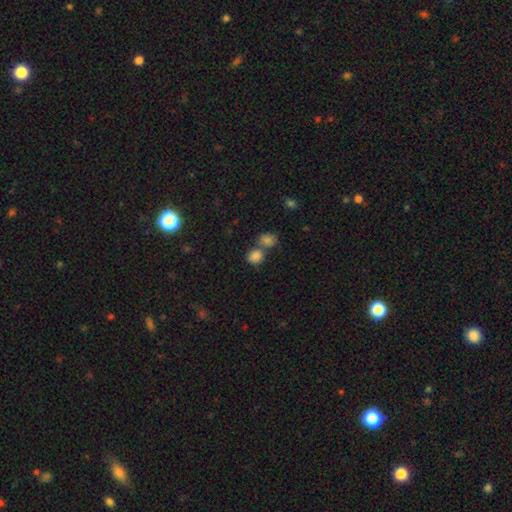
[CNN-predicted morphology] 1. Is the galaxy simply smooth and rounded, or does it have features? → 84% smooth, 11% star or artifact, 6% featured or disk.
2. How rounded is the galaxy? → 65% round, 34% in between, 1% cigar-shaped.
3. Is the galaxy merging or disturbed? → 46% merger, 42% none, 8% minor disturbance, 3% major disturbance.